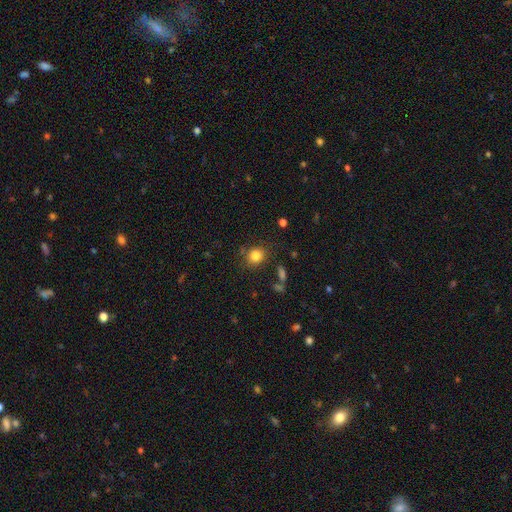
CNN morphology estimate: Overall: smooth (82%). How rounded: round (69%; in between 30%). Merging: none (80%).